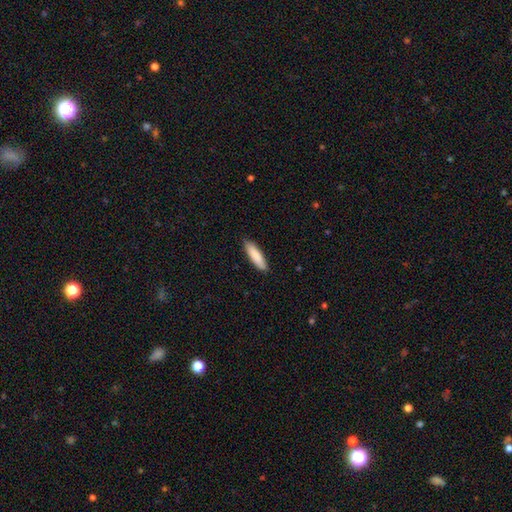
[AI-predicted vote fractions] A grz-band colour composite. It shows a smooth galaxy with no disk features (87%) that is cigar-shaped (64%). Merging: none (87%).